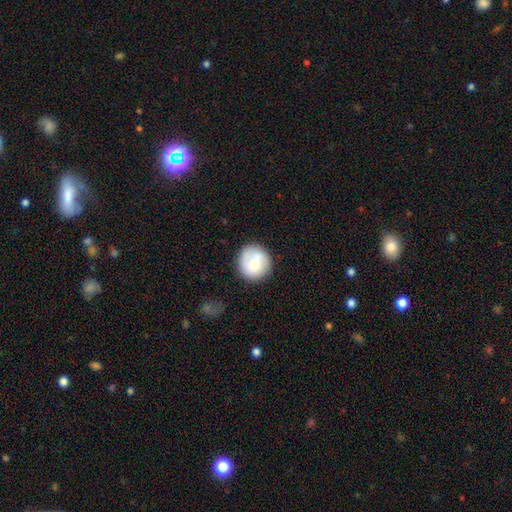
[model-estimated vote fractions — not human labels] This appears to be a smooth galaxy with no disk features (71%) that is round (90%). Merging: none (75%).